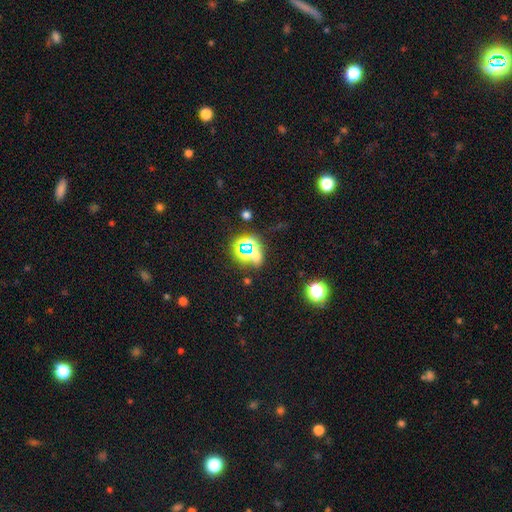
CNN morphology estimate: A star or artifact, not a galaxy (62%).